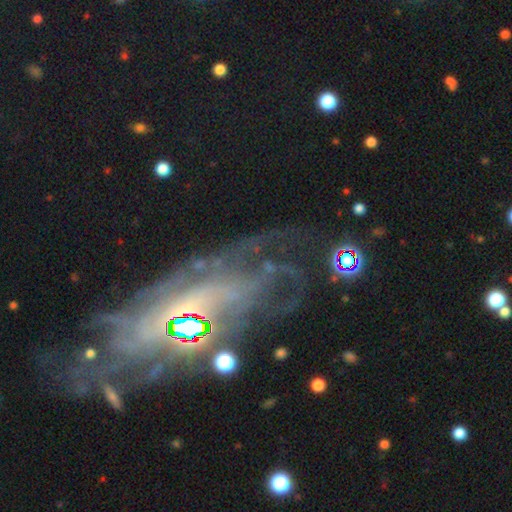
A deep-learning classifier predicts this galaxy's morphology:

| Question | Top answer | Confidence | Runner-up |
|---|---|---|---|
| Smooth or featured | featured or disk | 79% | star or artifact (12%) |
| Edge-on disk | no | 86% | yes (14%) |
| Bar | no | 47% | weak (34%) |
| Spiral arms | yes | 89% | no (11%) |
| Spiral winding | tight | 64% | medium (27%) |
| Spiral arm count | can't tell | 46% | 2 (13%) |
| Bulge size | moderate | 45% | small (39%) |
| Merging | none | 68% | minor disturbance (17%) |